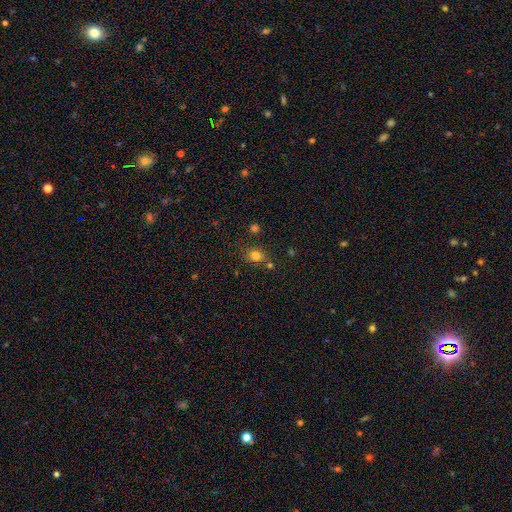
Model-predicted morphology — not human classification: smooth_or_featured: smooth (p=0.77) [alt: star or artifact p=0.16]
how_rounded: round (p=0.58) [alt: in between p=0.41]
merging: none (p=0.68) [alt: minor disturbance p=0.15]